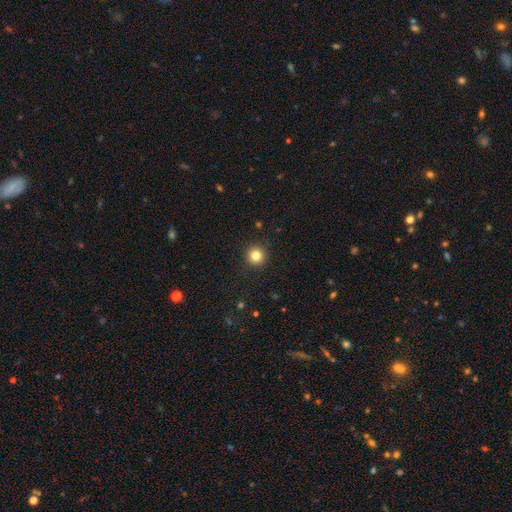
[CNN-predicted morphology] A smooth galaxy with no disk features (83%) that is round (95%). Merging: none (92%).